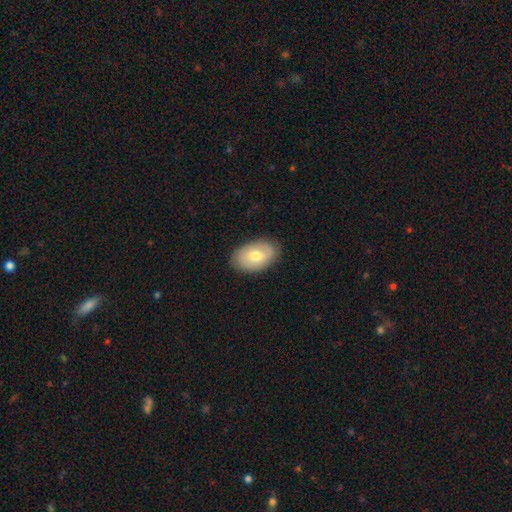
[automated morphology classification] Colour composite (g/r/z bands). It shows a smooth galaxy with no disk features (58%) that is in between round and cigar-shaped (89%). Merging: none (82%).